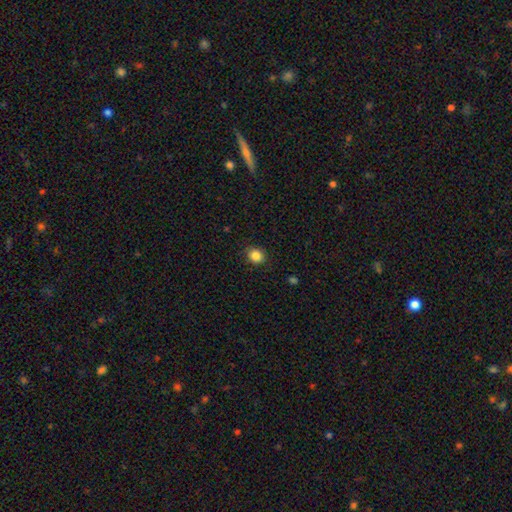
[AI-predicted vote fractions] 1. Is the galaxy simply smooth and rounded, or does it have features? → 86% smooth, 10% star or artifact, 4% featured or disk.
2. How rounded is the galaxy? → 68% round, 32% in between, 1% cigar-shaped.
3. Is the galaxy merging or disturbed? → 88% none, 8% minor disturbance, 2% major disturbance, 1% merger.